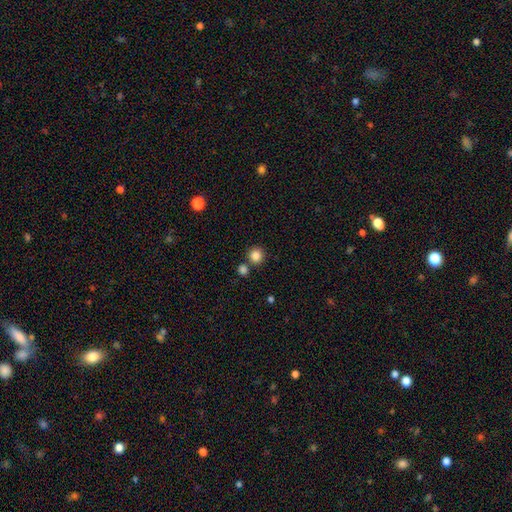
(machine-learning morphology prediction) This is clearly a smooth galaxy (84%). How rounded: clearly round (93%). Merging: likely none (78%).